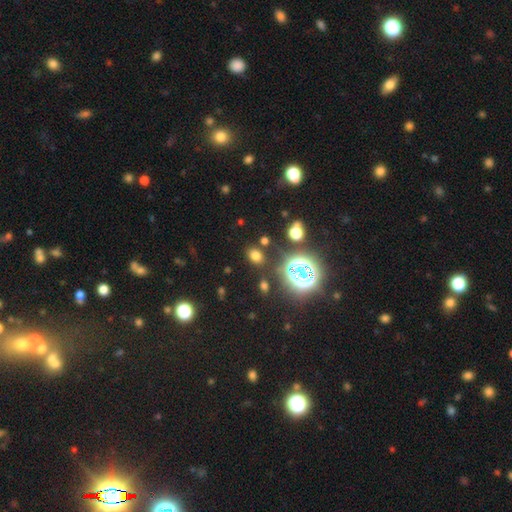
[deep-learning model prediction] A smooth galaxy with no disk features (67%) that is in between round and cigar-shaped (56%).

Vote fractions:
- Smooth or featured? smooth: 67% / star or artifact: 26% / featured or disk: 7%
- How rounded? in between: 56% / round: 42% / cigar-shaped: 1%
- Merging? none: 83% / minor disturbance: 10% / merger: 4% / major disturbance: 4%